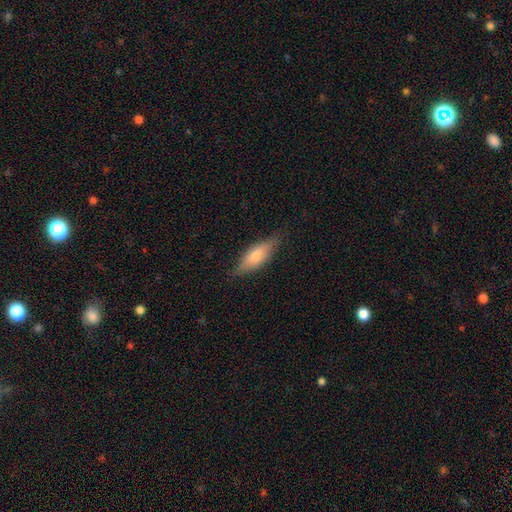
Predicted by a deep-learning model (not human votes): A smooth galaxy with no disk features (64%) that is in between round and cigar-shaped (55%).

Vote fractions:
- Smooth or featured? smooth: 64% / featured or disk: 29% / star or artifact: 6%
- How rounded? in between: 55% / cigar-shaped: 43% / round: 2%
- Merging? none: 78% / minor disturbance: 17% / major disturbance: 4% / merger: 1%